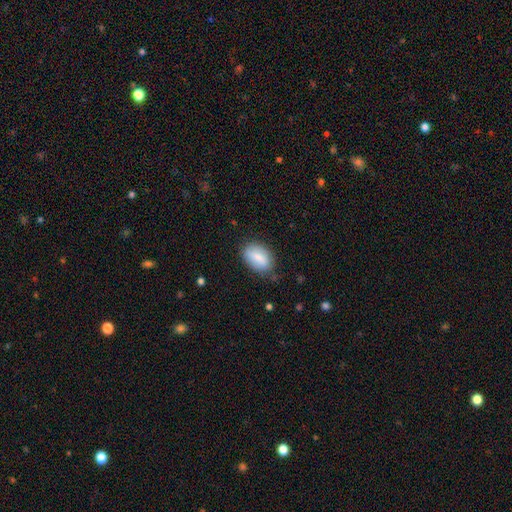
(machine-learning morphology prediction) smooth_or_featured: smooth (p=0.81) [alt: featured or disk p=0.12]
how_rounded: in between (p=0.88) [alt: round p=0.09]
merging: none (p=0.77) [alt: minor disturbance p=0.17]